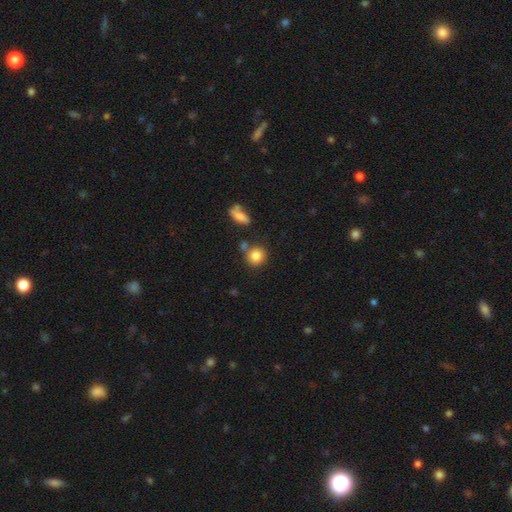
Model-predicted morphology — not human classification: The model was most divided on "merging": none: 70%, merger: 15%, minor disturbance: 11%, major disturbance: 3%. More confident: how rounded — round (87%); smooth or featured — smooth (84%).